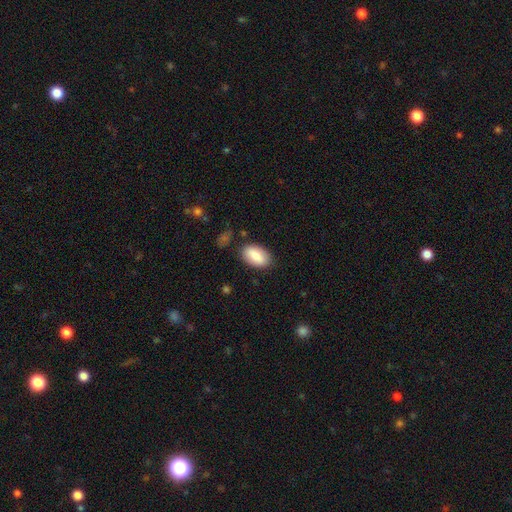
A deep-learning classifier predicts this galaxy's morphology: type=smooth (81%); roundness=in between (92%); merging=none (82%).